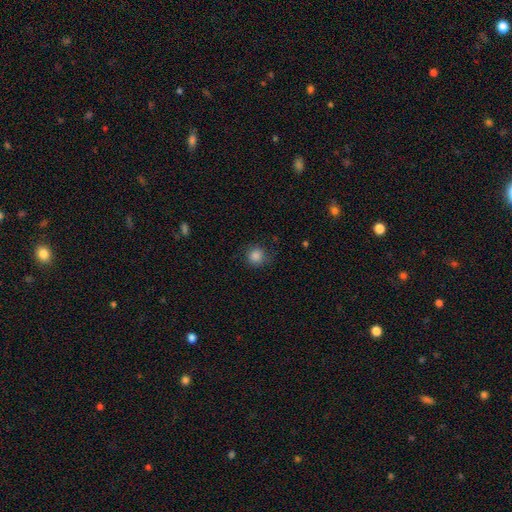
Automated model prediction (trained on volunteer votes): Overall: smooth (84%). How rounded: round (91%). Merging: none (78%).